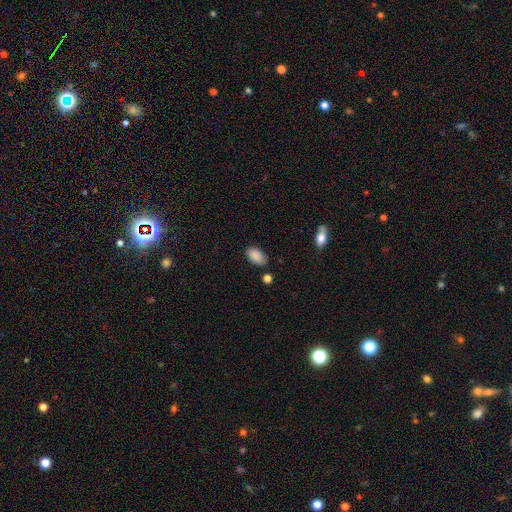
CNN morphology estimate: Smooth or featured? smooth (88%)
How rounded? in between (94%)
Merging? none (79%)